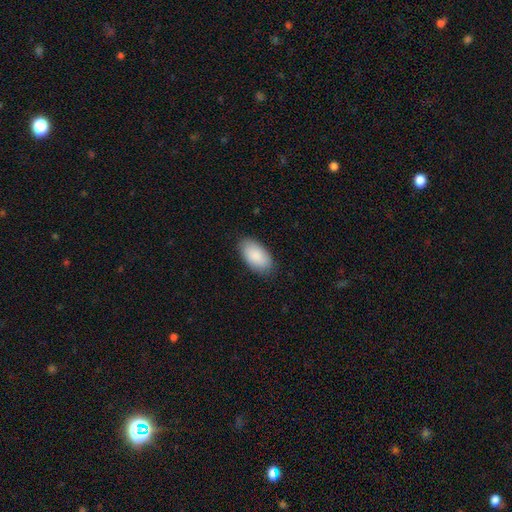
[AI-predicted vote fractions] A smooth galaxy with no disk features (90%) that is in between round and cigar-shaped (96%). Merging: none (85%).